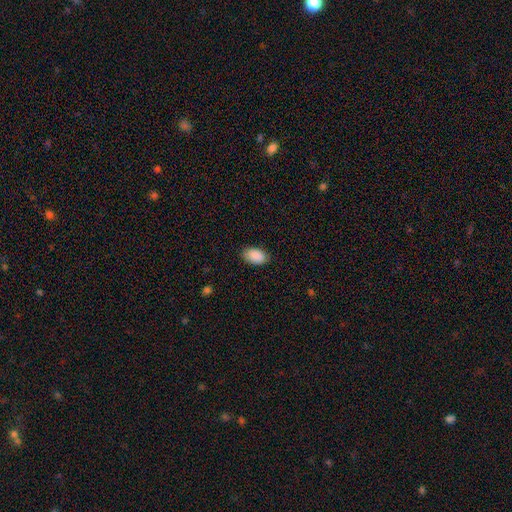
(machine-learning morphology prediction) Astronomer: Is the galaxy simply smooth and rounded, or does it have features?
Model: smooth — 90%.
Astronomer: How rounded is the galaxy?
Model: in between — 92%.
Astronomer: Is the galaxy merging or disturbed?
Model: none — 85%.